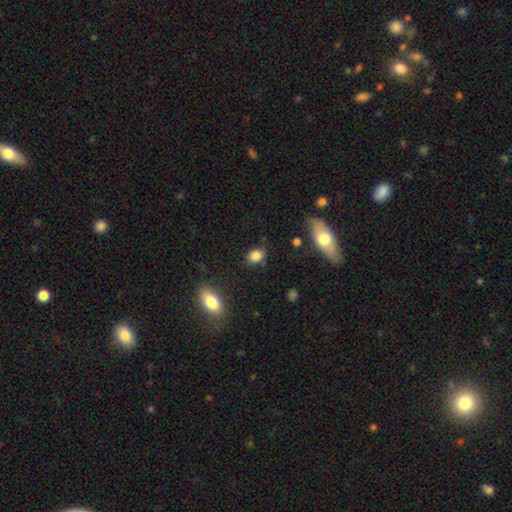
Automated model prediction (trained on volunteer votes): This appears to be a smooth galaxy with no disk features (84%) that is in between round and cigar-shaped (67%). Merging: none (74%).